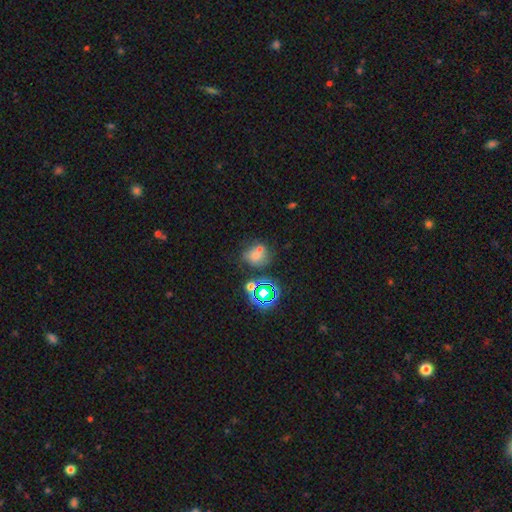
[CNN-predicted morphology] This appears to be a smooth galaxy with no disk features (53%) that is round (69%). Merging: none (50%).